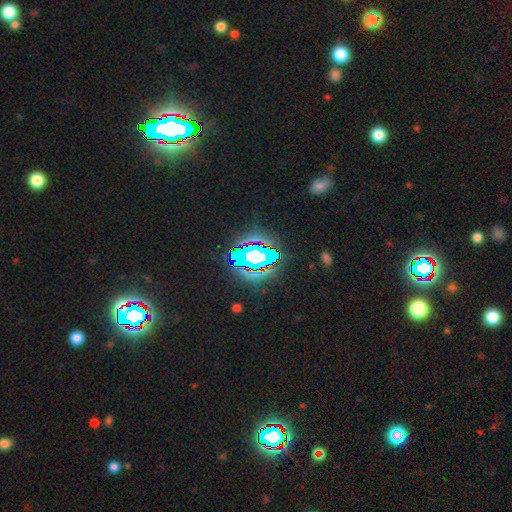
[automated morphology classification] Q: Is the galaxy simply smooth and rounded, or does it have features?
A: star or artifact — 56%.